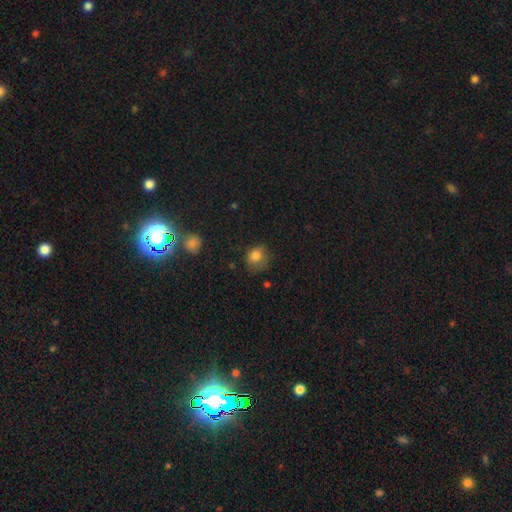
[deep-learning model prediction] A smooth galaxy with no disk features (81%) that is round (66%). Merging: none (58%).